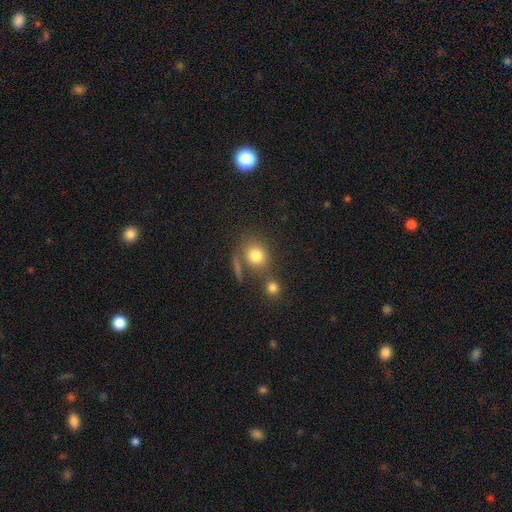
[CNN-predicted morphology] Smooth or featured? Predicted: smooth (p=0.78). How rounded? Predicted: round (p=0.75). Merging? Predicted: none (p=0.60).